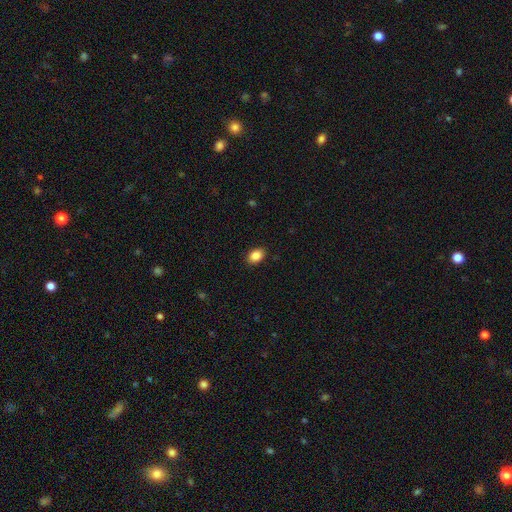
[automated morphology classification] Smooth or featured? smooth (87%)
How rounded? in between (78%)
Merging? none (89%)